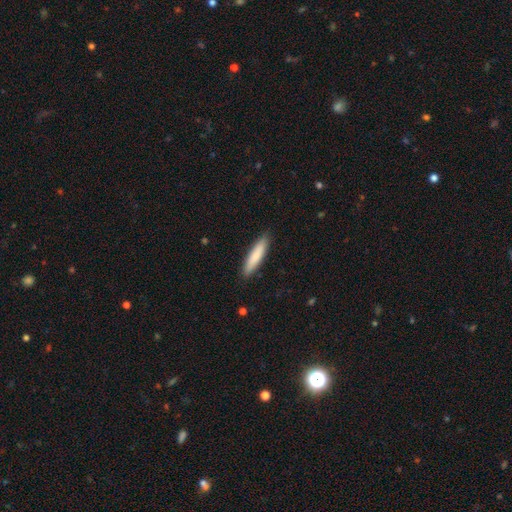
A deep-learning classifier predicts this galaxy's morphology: The model was most divided on "how rounded": cigar-shaped: 82%, in between: 17%, round: 1%. More confident: merging — none (89%); smooth or featured — smooth (82%).